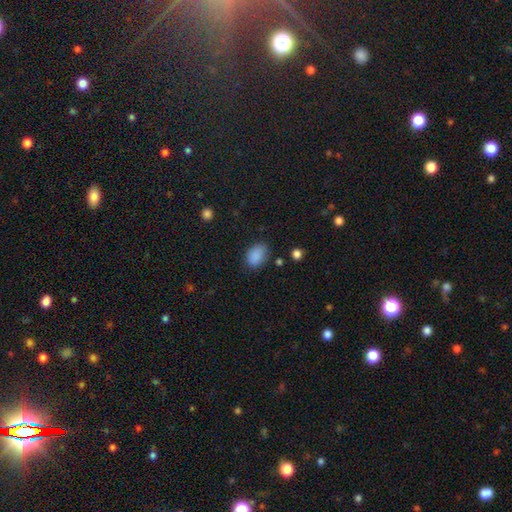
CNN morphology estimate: Smooth or featured? Predicted: smooth (p=0.88). How rounded? Predicted: in between (p=0.82). Merging? Predicted: none (p=0.75).